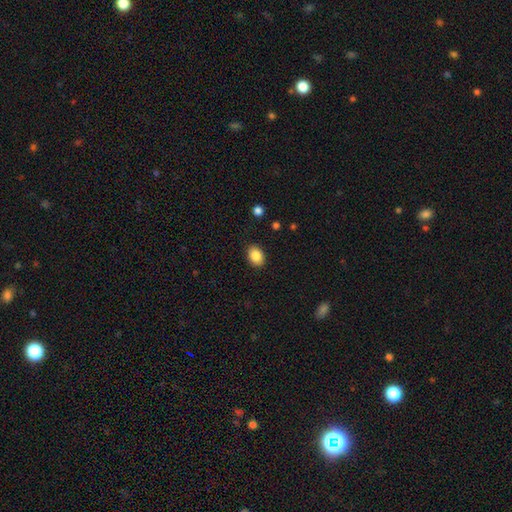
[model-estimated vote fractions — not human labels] smooth_or_featured: smooth (p=0.87) [alt: star or artifact p=0.08]
how_rounded: in between (p=0.72) [alt: round p=0.27]
merging: none (p=0.89) [alt: minor disturbance p=0.08]